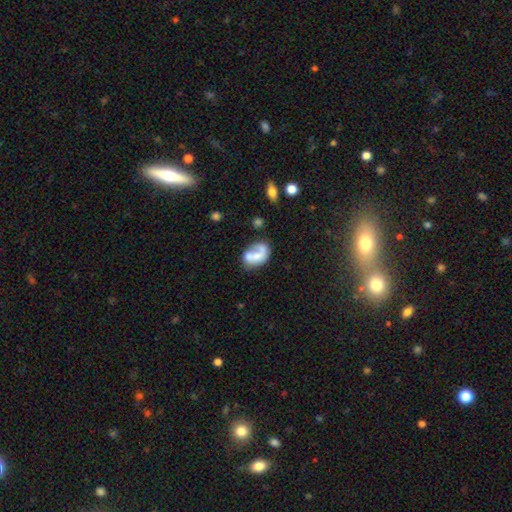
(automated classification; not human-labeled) This appears to be a smooth galaxy with no disk features (52%) that is in between round and cigar-shaped (79%). Merging: merger (33%).